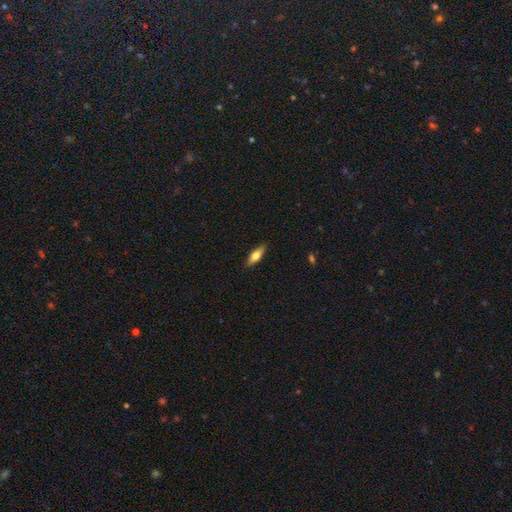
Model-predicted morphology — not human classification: This appears to be a smooth galaxy with no disk features (56%) that is cigar-shaped (49%). Merging: none (89%).